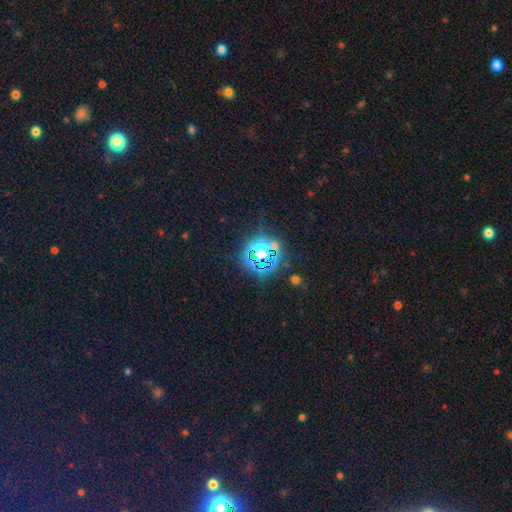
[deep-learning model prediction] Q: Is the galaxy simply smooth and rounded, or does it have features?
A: star or artifact — 77%.